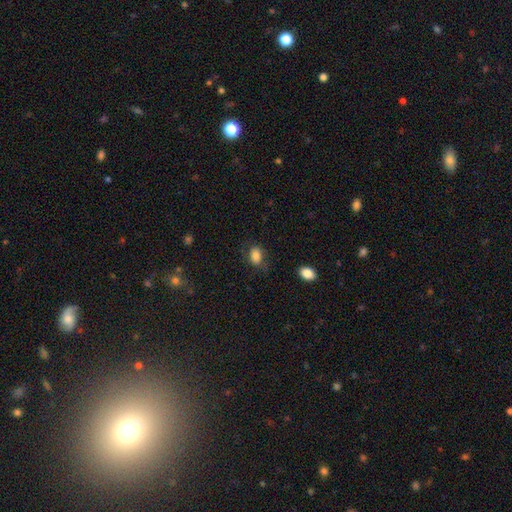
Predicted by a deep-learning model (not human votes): Morphology: type=smooth (84%); roundness=in between (78%); merging=none (69%).